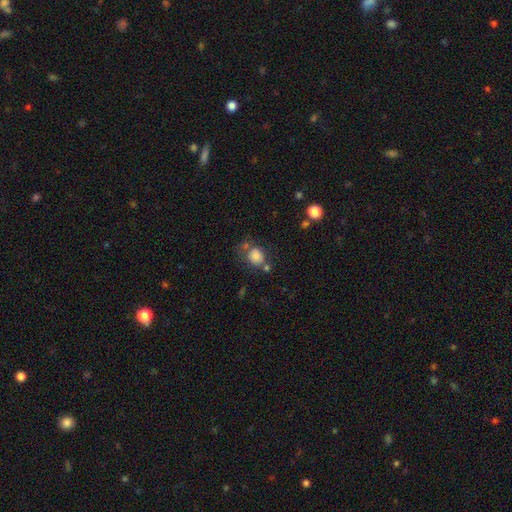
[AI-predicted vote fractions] Overall: smooth (78%). How rounded: round (63%; in between 36%). Merging: none (55%; minor disturbance 19%).